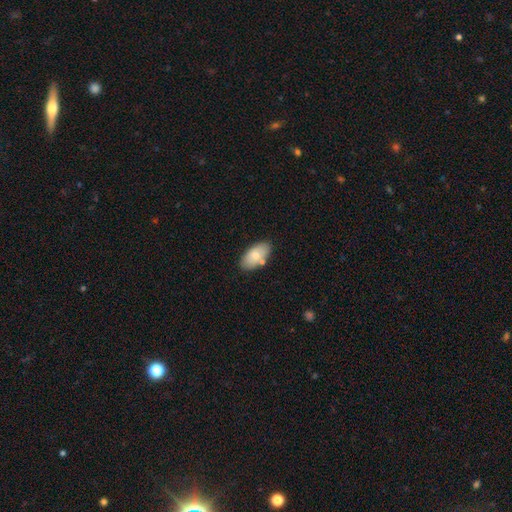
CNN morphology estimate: Overall: smooth (75%). How rounded: in between (94%). Merging: none (77%).